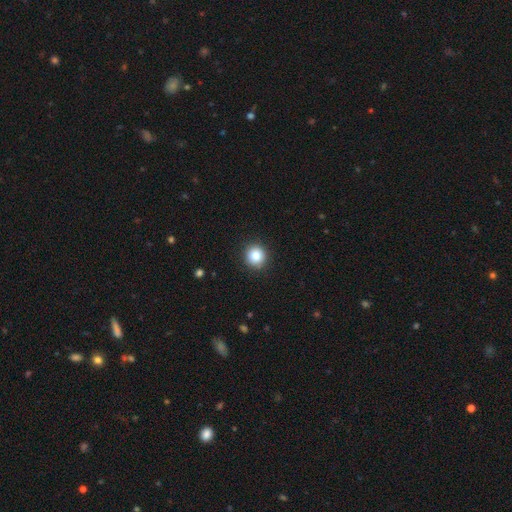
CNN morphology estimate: smooth 83%, star or artifact 10%, featured or disk 6%. Down the decision tree: how rounded — round (93%); merging — none (92%).